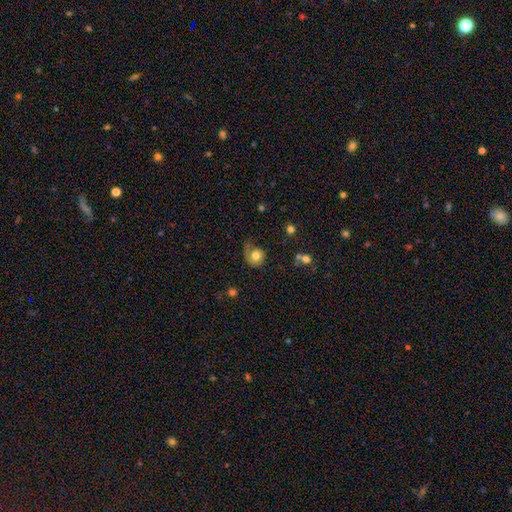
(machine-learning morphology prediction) Q: Smooth or featured?
A: smooth (65%); runner-up: featured or disk (27%)
Q: How rounded?
A: round (75%); runner-up: in between (24%)
Q: Merging?
A: none (44%); runner-up: major disturbance (27%)